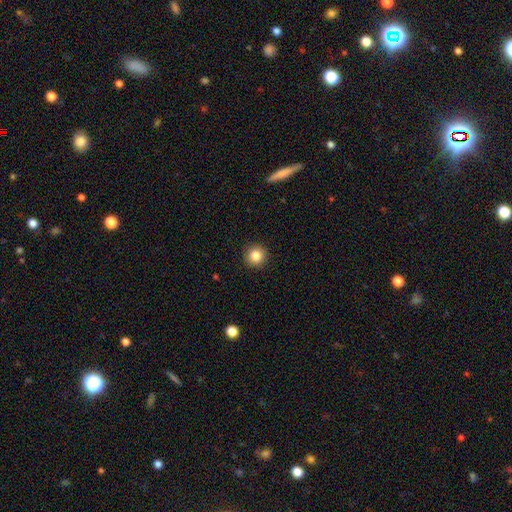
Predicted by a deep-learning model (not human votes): A smooth galaxy with no disk features (85%) that is round (95%). Merging: none (93%).